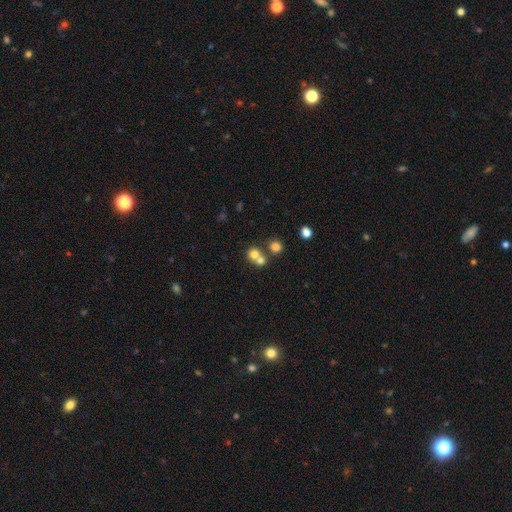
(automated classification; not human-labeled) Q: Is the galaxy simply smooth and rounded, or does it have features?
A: smooth — 71%.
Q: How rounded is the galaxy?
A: round — 84%.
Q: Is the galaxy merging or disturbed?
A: merger — 50%.